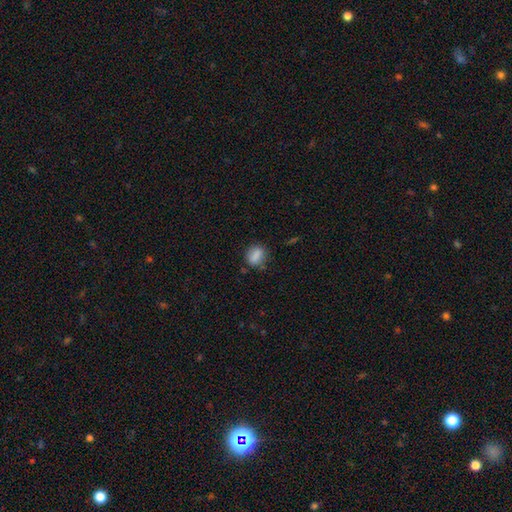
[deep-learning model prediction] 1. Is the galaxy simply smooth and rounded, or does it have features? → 82% smooth, 9% featured or disk, 9% star or artifact.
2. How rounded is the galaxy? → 56% in between, 40% round, 4% cigar-shaped.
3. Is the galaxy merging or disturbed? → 77% none, 16% minor disturbance, 4% major disturbance, 3% merger.